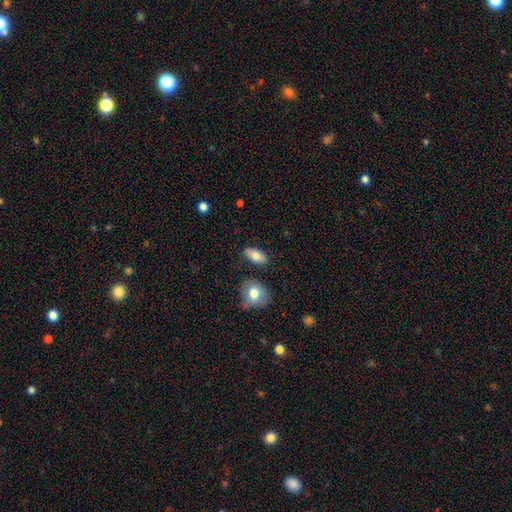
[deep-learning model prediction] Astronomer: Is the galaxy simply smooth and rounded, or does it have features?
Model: smooth — 75%.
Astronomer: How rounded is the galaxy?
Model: in between — 87%.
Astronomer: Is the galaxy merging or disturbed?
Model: none — 82%.